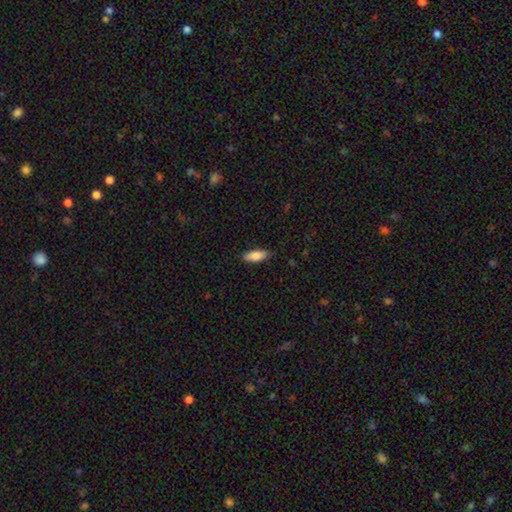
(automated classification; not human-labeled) This is clearly a smooth galaxy (83%). How rounded: likely in between (71%). Merging: clearly none (84%).